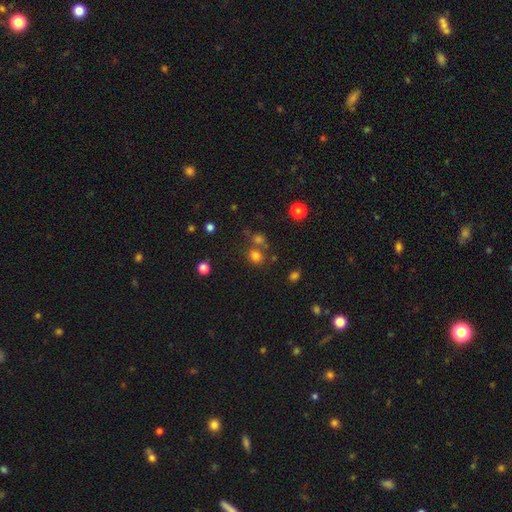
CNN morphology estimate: Smooth or featured? Predicted: smooth (p=0.74). How rounded? Predicted: round (p=0.74). Merging? Predicted: none (p=0.65).